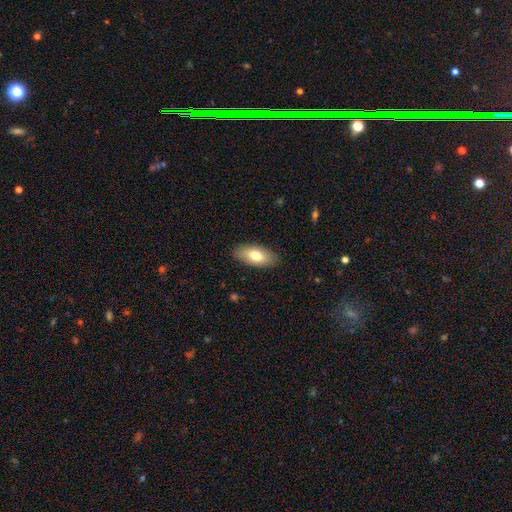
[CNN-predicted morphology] This appears to be a smooth galaxy with no disk features (76%) that is in between round and cigar-shaped (87%). Merging: none (88%).